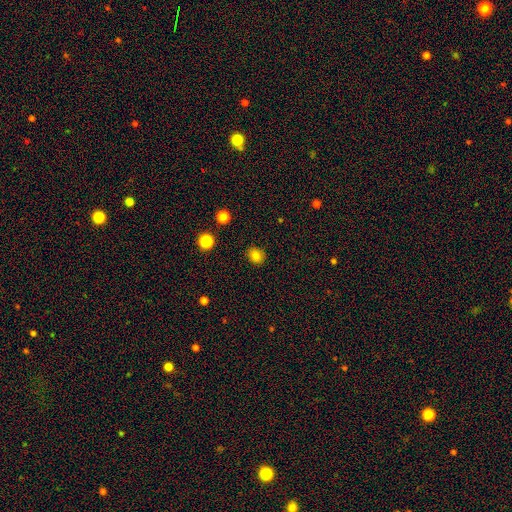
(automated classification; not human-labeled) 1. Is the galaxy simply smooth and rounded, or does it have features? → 82% smooth, 12% star or artifact, 6% featured or disk.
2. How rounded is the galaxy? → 68% round, 31% in between, 1% cigar-shaped.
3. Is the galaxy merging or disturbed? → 89% none, 8% minor disturbance, 2% major disturbance, 1% merger.